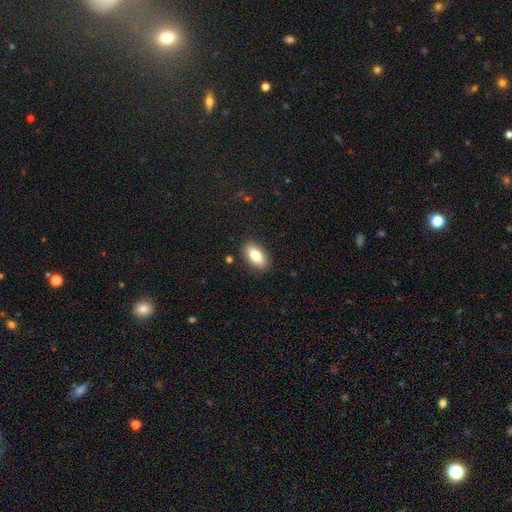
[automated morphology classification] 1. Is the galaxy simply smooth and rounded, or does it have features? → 81% smooth, 12% featured or disk, 7% star or artifact.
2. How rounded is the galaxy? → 91% in between, 4% round, 4% cigar-shaped.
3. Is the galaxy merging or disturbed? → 87% none, 9% minor disturbance, 2% major disturbance, 1% merger.